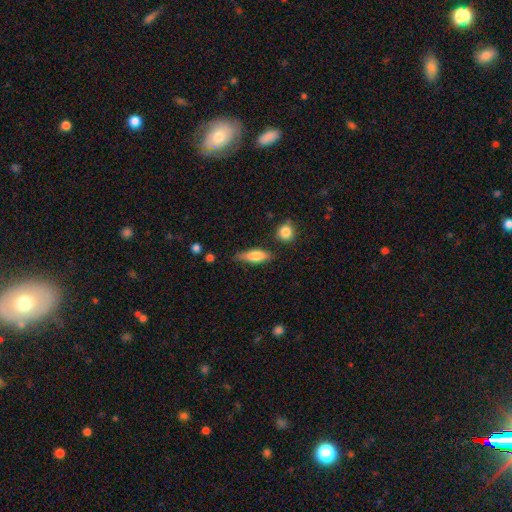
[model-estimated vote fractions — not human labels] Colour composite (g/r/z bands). It shows a smooth galaxy with no disk features (74%) that is in between round and cigar-shaped (57%). Merging: none (69%).